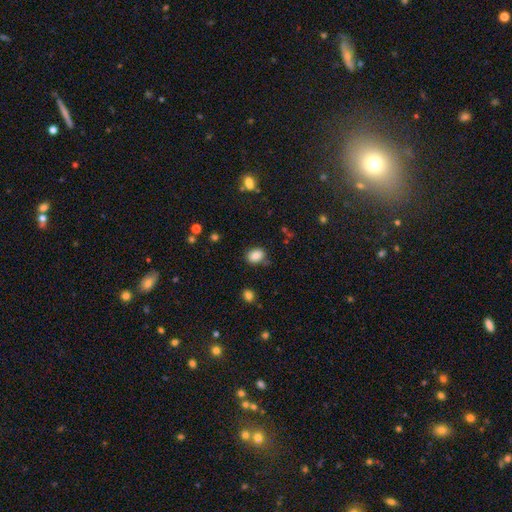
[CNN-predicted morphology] Smooth or featured?
  - smooth: 85% *
  - star or artifact: 10%
  - featured or disk: 5%
How rounded?
  - in between: 59% *
  - round: 40%
  - cigar-shaped: 1%
Merging?
  - none: 79% *
  - minor disturbance: 14%
  - major disturbance: 4%
  - merger: 4%